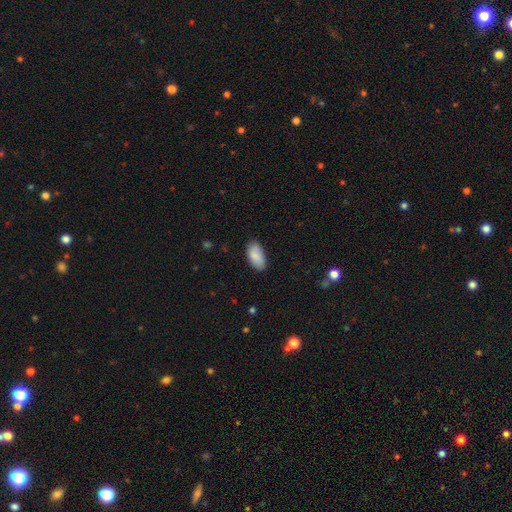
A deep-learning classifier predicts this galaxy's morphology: smooth-or-featured: smooth: 85% | featured or disk: 9% | star or artifact: 6%
  how-rounded: in between: 94% | cigar-shaped: 3% | round: 2%
  merging: none: 78% | minor disturbance: 18% | major disturbance: 3% | merger: 1%